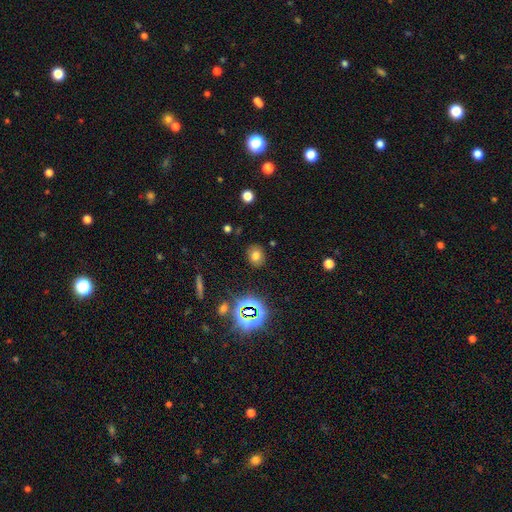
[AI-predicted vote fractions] Smooth or featured: smooth — 68% (star or artifact — 21%)
How rounded: round — 53% (in between — 46%)
Merging: none — 86% (minor disturbance — 9%)